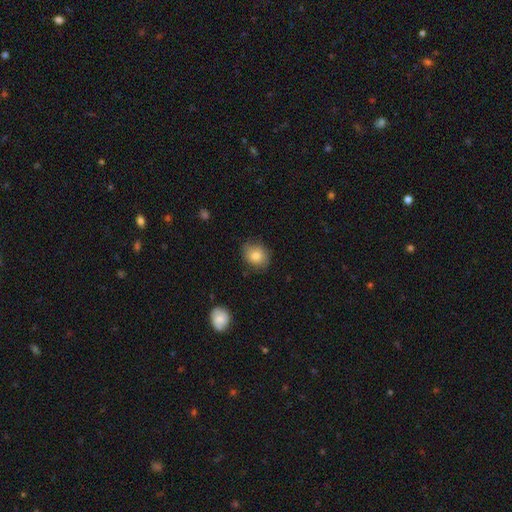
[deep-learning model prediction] The model was most divided on "how rounded": round: 55%, in between: 44%, cigar-shaped: 1%. More confident: smooth or featured — smooth (81%); merging — none (74%).